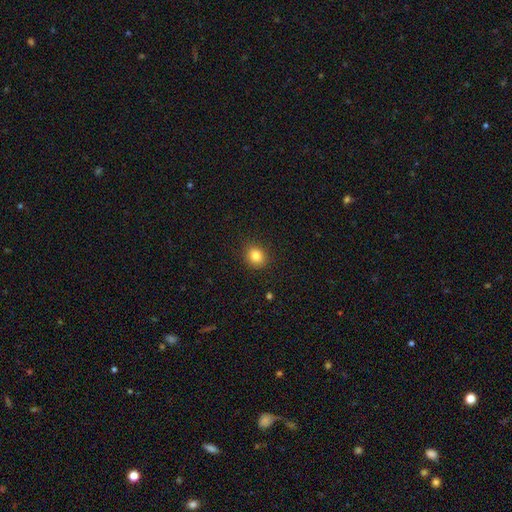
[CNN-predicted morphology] smooth 83%, star or artifact 11%, featured or disk 6%. Down the decision tree: how rounded — round (75%); merging — none (90%).